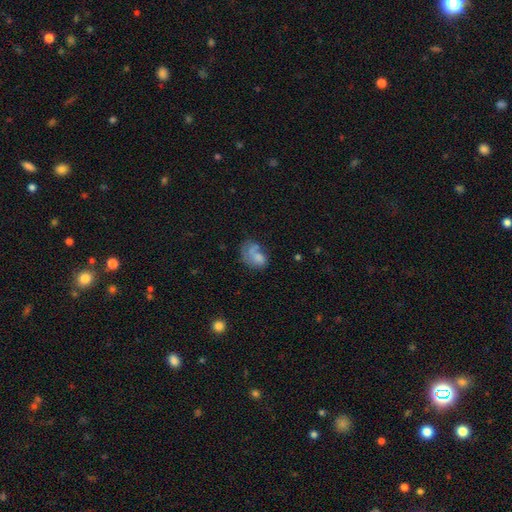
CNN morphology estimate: smooth_or_featured: smooth (p=0.59) [alt: featured or disk p=0.31]
how_rounded: in between (p=0.78) [alt: round p=0.21]
merging: none (p=0.30) [tied with: major disturbance p=0.30]